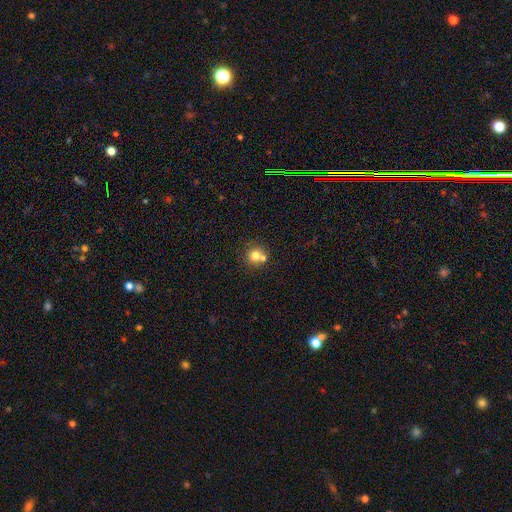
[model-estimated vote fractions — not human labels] smooth-or-featured: smooth: 75% | featured or disk: 13% | star or artifact: 13%
  how-rounded: round: 89% | in between: 10% | cigar-shaped: 1%
  merging: none: 55% | merger: 34% | minor disturbance: 8% | major disturbance: 3%